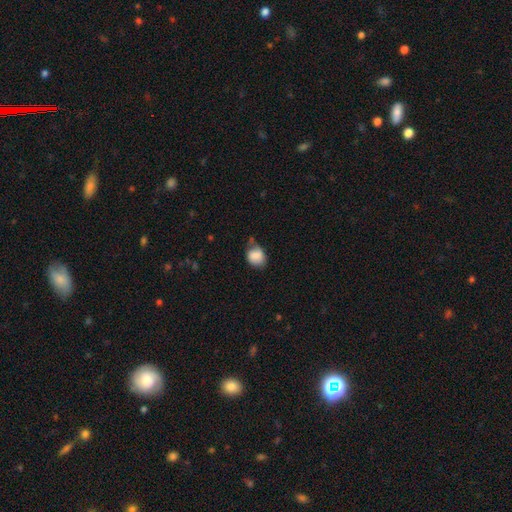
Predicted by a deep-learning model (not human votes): smooth_or_featured: smooth (p=0.82) [alt: featured or disk p=0.09]
how_rounded: in between (p=0.51) [alt: round p=0.48]
merging: none (p=0.44) [alt: minor disturbance p=0.38]